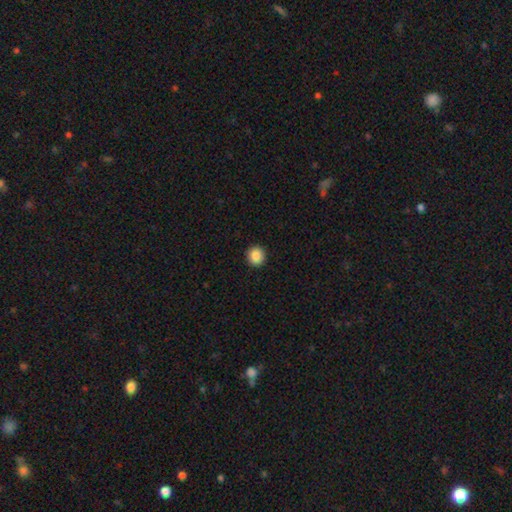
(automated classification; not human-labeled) A smooth galaxy with no disk features (88%) that is round (91%). Merging: none (93%).